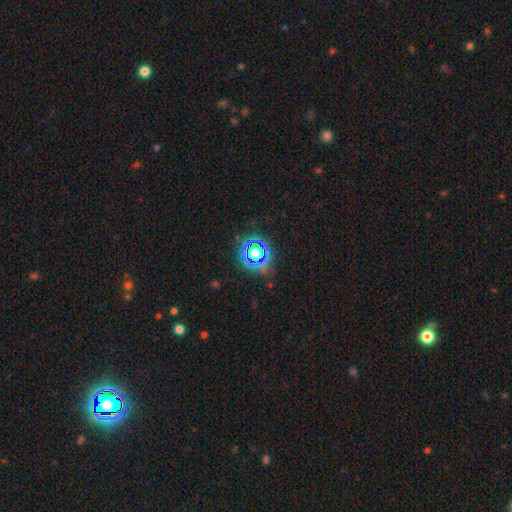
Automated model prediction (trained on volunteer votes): star or artifact 57%, smooth 32%, featured or disk 11%.